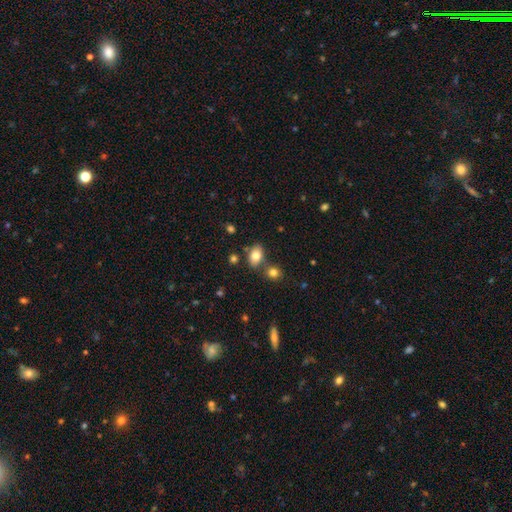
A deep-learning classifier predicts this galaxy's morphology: Smooth or featured? Predicted: smooth (p=0.81). How rounded? Predicted: in between (p=0.82). Merging? Predicted: none (p=0.69).